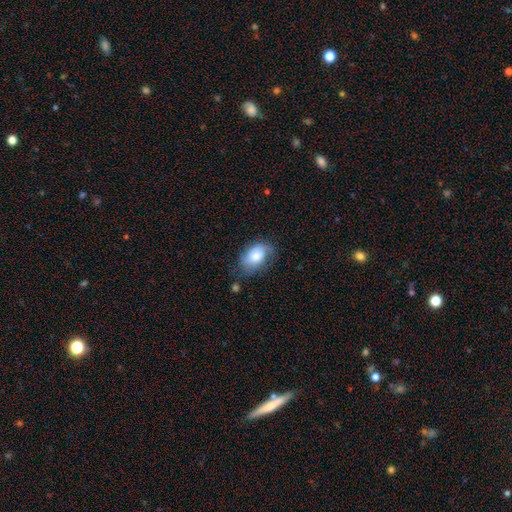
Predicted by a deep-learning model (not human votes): This appears to be a smooth galaxy with no disk features (74%) that is in between round and cigar-shaped (88%). Merging: none (56%).